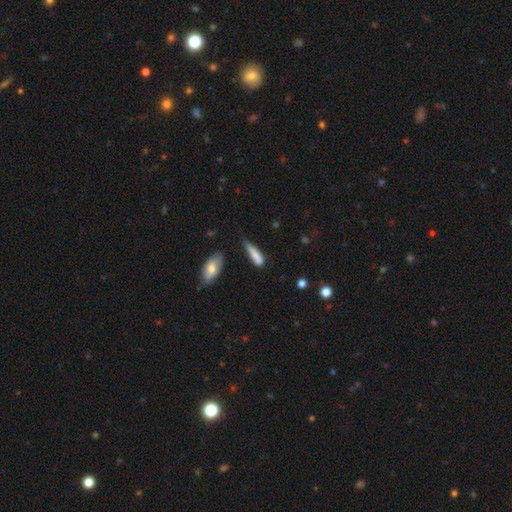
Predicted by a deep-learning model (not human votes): Overall: smooth (78%). How rounded: cigar-shaped (71%). Merging: none (48%; minor disturbance 34%).